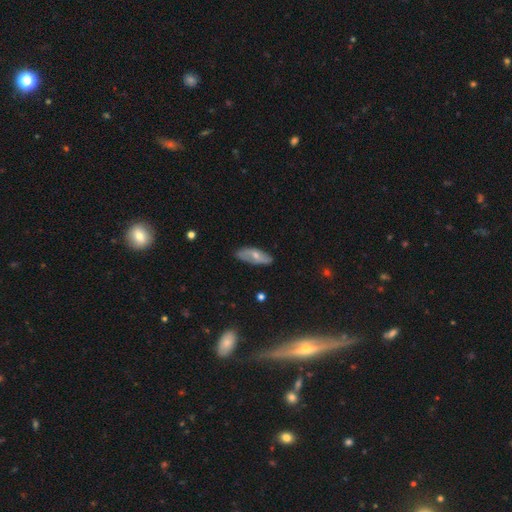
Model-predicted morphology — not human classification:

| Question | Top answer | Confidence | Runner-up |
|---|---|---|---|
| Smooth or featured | smooth | 50% | featured or disk (43%) |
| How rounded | in between | 77% | cigar-shaped (20%) |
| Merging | none | 76% | minor disturbance (19%) |